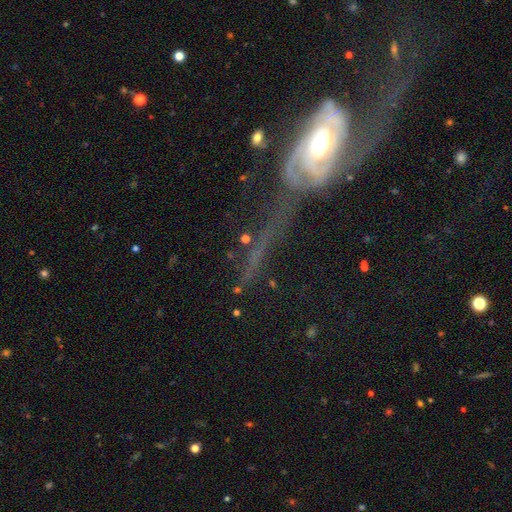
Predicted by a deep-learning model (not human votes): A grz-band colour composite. It shows a featured or disk galaxy (71%) with no bar (53%), spiral arms (76%) and a moderate central bulge (59%). Merging: none (35%).